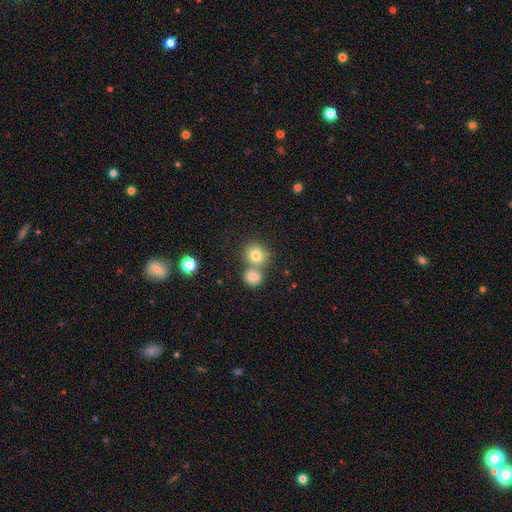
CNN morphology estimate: A smooth galaxy with no disk features (79%) that is round (79%).

Vote fractions:
- Smooth or featured? smooth: 79% / star or artifact: 11% / featured or disk: 10%
- How rounded? round: 79% / in between: 20% / cigar-shaped: 1%
- Merging? none: 46% / merger: 44% / minor disturbance: 7% / major disturbance: 3%